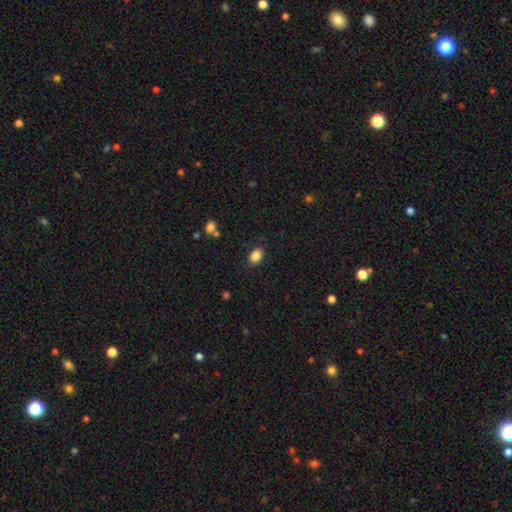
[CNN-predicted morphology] Smooth or featured? Predicted: smooth (p=0.87). How rounded? Predicted: in between (p=0.77). Merging? Predicted: none (p=0.86).